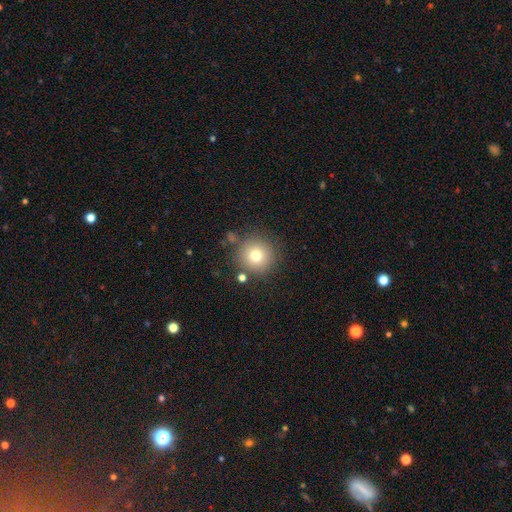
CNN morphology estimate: Q: Smooth or featured?
A: smooth (75%); runner-up: star or artifact (14%)
Q: How rounded?
A: round (95%); runner-up: in between (4%)
Q: Merging?
A: none (83%); runner-up: minor disturbance (9%)